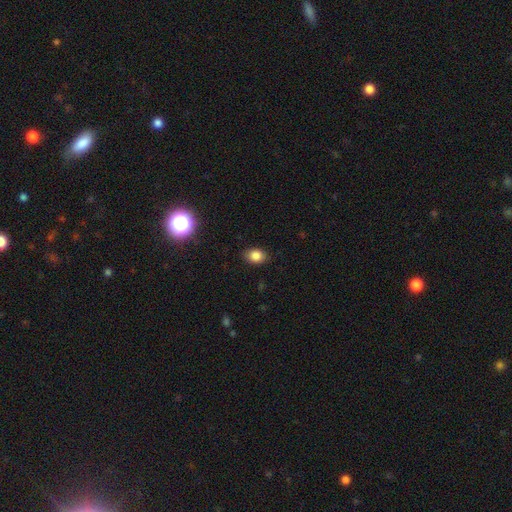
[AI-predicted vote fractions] smooth 83%, star or artifact 11%, featured or disk 6%. Down the decision tree: how rounded — in between (69%); merging — none (85%).